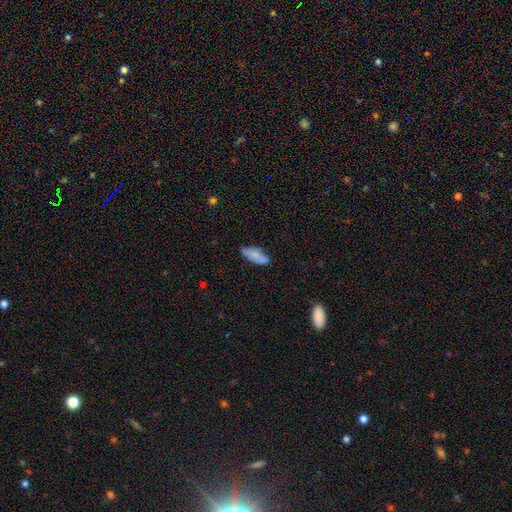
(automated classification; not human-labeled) Smooth or featured: smooth — 75% (featured or disk — 18%)
How rounded: in between — 81% (cigar-shaped — 17%)
Merging: none — 68% (minor disturbance — 24%)